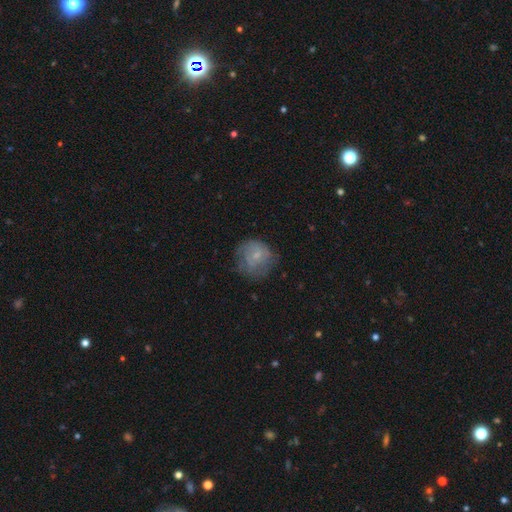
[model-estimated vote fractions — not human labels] Smooth or featured? Predicted: smooth (p=0.56). How rounded? Predicted: round (p=0.82). Merging? Predicted: none (p=0.57).